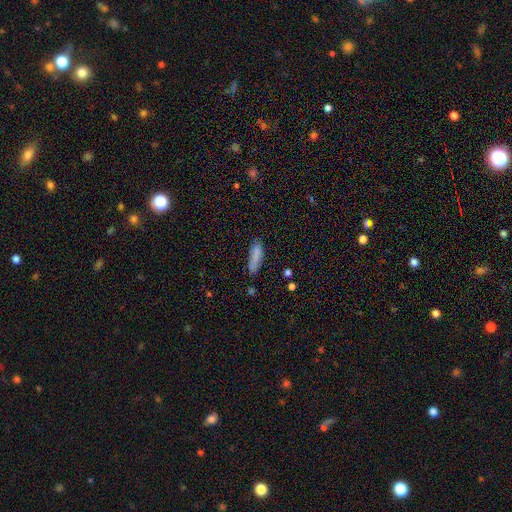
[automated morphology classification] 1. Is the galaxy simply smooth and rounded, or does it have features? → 82% smooth, 9% featured or disk, 8% star or artifact.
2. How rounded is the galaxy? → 57% cigar-shaped, 41% in between, 2% round.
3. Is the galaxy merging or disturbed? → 73% none, 19% minor disturbance, 5% major disturbance, 3% merger.